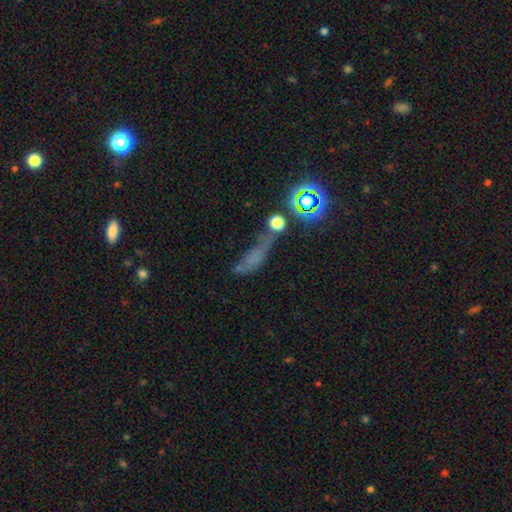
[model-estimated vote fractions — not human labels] Smooth or featured?
  - smooth: 44% *
  - star or artifact: 33%
  - featured or disk: 23%
Merging?
  - none: 40% *
  - major disturbance: 23%
  - minor disturbance: 21%
  - merger: 16%